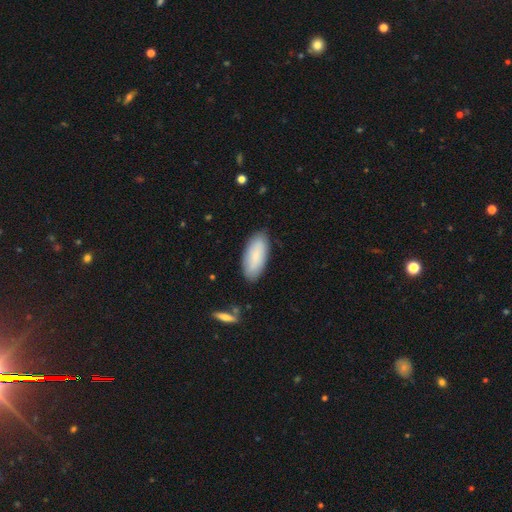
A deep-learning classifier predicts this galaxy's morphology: smooth_or_featured: smooth (p=0.79) [alt: featured or disk p=0.14]
how_rounded: in between (p=0.85) [alt: cigar-shaped p=0.13]
merging: none (p=0.84) [alt: minor disturbance p=0.12]